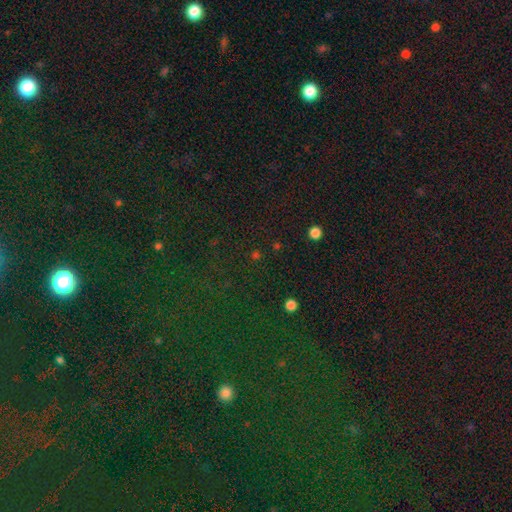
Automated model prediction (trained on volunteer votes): A star or artifact, not a galaxy (65%).